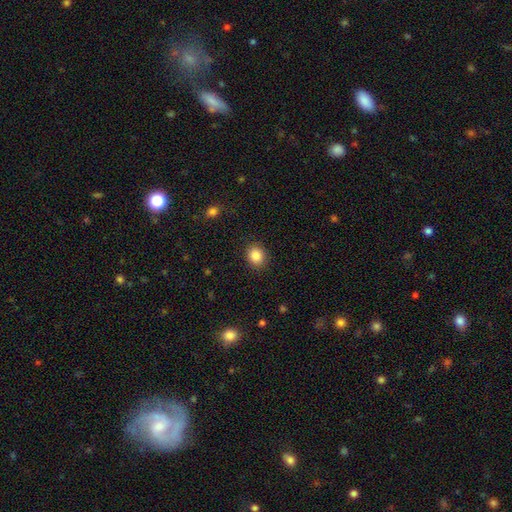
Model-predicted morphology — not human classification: A smooth galaxy with no disk features (85%) that is round (69%). Merging: none (89%).